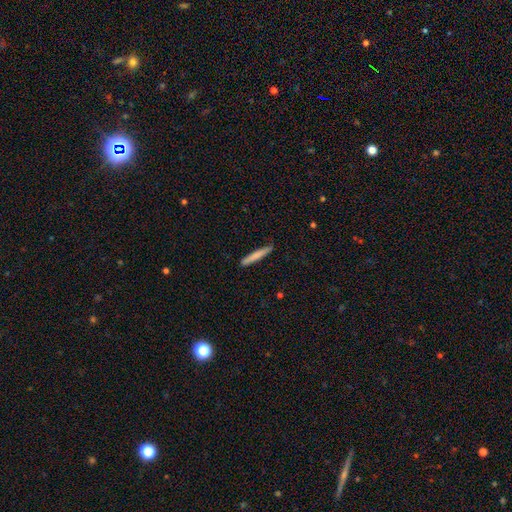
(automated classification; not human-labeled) Smooth or featured? smooth (76%)
How rounded? cigar-shaped (95%)
Merging? none (87%)